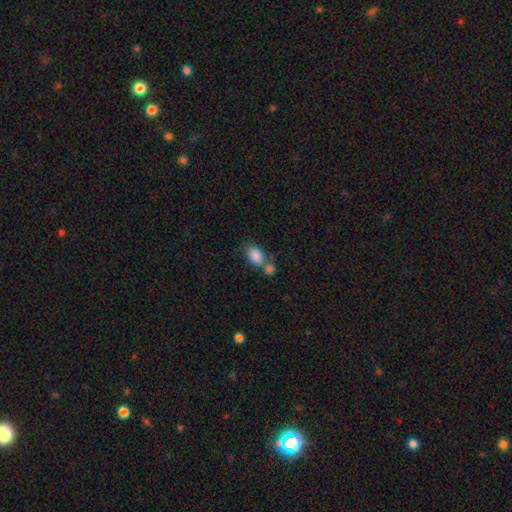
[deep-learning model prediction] smooth_or_featured: smooth (p=0.85) [alt: star or artifact p=0.08]
how_rounded: in between (p=0.80) [alt: round p=0.18]
merging: merger (p=0.46) [alt: none p=0.38]